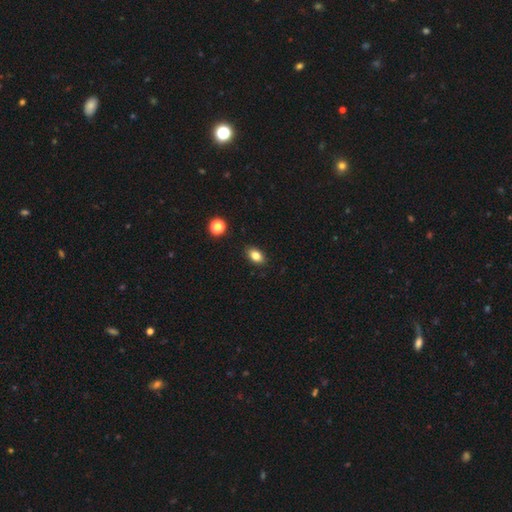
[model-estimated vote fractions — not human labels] This is clearly a smooth galaxy (82%). How rounded: clearly in between (86%). Merging: clearly none (88%).